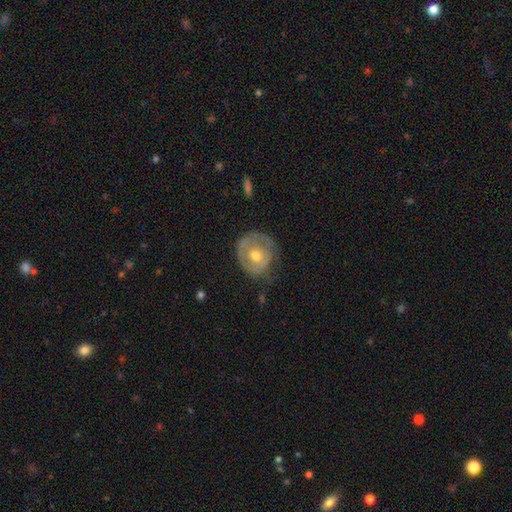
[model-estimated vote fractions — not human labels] featured or disk 56%, smooth 37%, star or artifact 6%. Down the decision tree: edge-on disk — no (96%); bar — no (81%); spiral arms — no (58%); bulge size — moderate (73%); merging — none (57%).